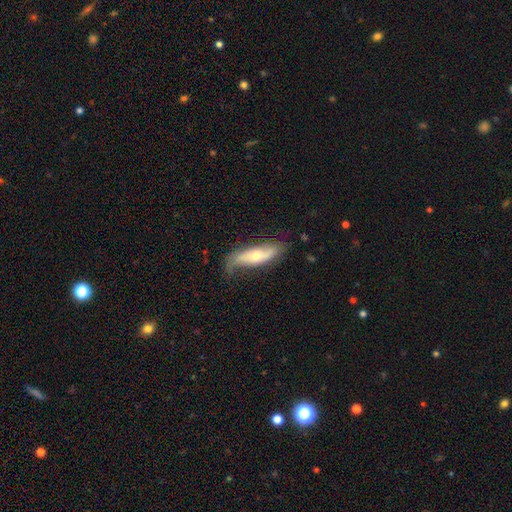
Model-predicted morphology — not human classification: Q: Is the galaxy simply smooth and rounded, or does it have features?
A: featured or disk — 53%.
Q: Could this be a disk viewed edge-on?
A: no — 69%.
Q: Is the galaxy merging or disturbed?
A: none — 59%.